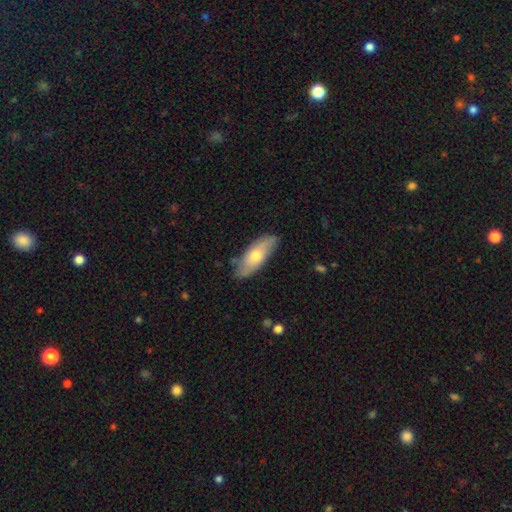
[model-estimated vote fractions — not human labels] A smooth galaxy with no disk features (61%) that is in between round and cigar-shaped (72%). Merging: none (79%).